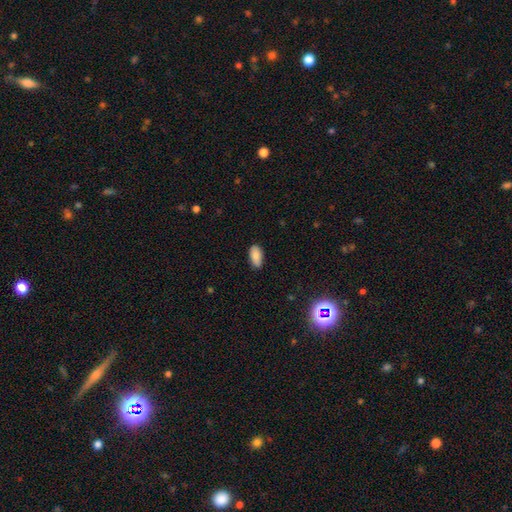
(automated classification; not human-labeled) smooth_or_featured: smooth (p=0.86) [alt: star or artifact p=0.08]
how_rounded: in between (p=0.91) [alt: cigar-shaped p=0.06]
merging: none (p=0.85) [alt: minor disturbance p=0.12]